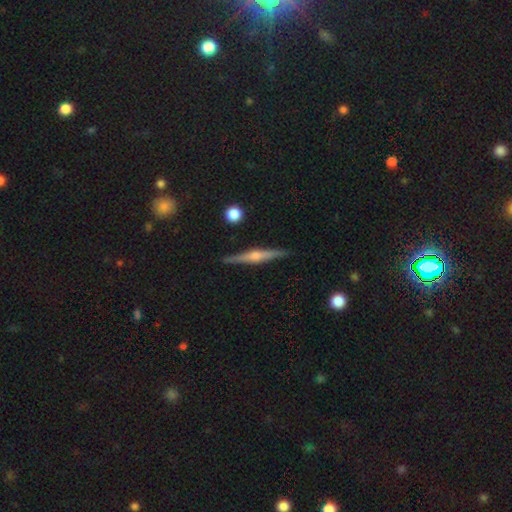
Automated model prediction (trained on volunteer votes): Smooth or featured?
  - featured or disk: 79% *
  - smooth: 16%
  - star or artifact: 6%
Edge-on disk?
  - yes: 98% *
  - no: 2%
Edge-on bulge?
  - rounded: 85% *
  - boxy: 9%
  - none: 6%
Merging?
  - none: 91% *
  - minor disturbance: 6%
  - major disturbance: 1%
  - merger: 1%